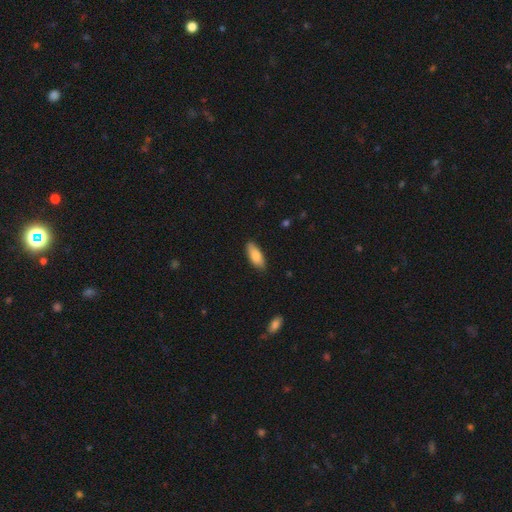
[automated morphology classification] A smooth galaxy with no disk features (82%) that is in between round and cigar-shaped (78%). Merging: none (85%).